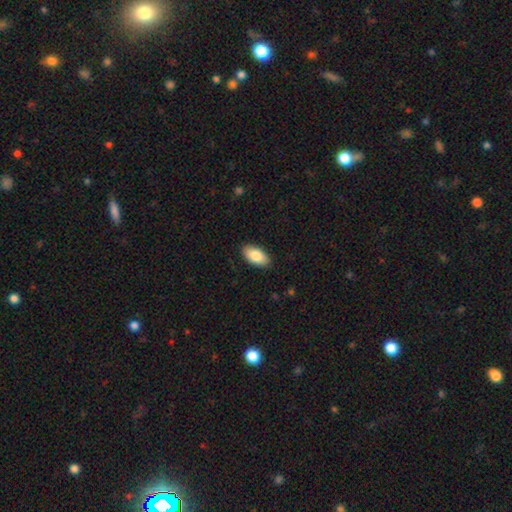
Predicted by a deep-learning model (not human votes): smooth 84%, featured or disk 10%, star or artifact 6%. Down the decision tree: how rounded — in between (94%); merging — none (89%).